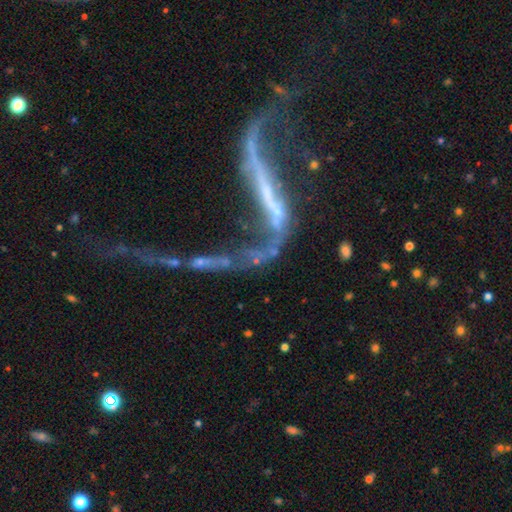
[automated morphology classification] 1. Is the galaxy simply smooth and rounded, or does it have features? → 68% featured or disk, 17% smooth, 15% star or artifact.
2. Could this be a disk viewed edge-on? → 71% no, 29% yes.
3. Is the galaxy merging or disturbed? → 33% major disturbance, 30% merger, 24% none, 13% minor disturbance.